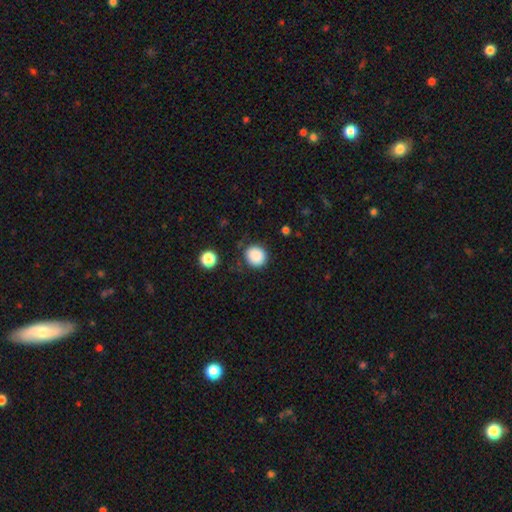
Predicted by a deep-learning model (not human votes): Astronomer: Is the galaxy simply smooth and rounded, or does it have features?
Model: smooth — 87%.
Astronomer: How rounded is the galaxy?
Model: round — 86%.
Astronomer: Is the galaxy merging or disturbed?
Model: none — 82%.